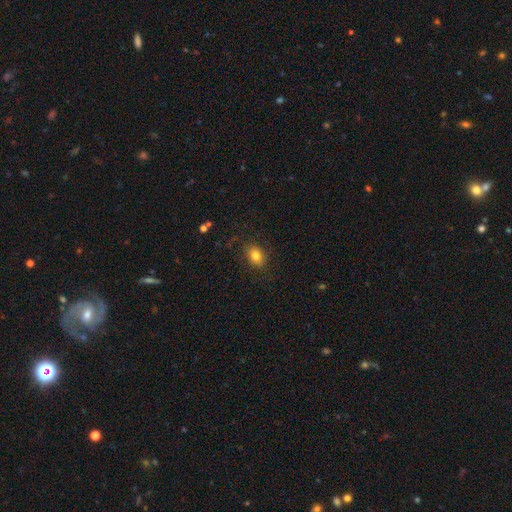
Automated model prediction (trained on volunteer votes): Smooth or featured: smooth — 80% (featured or disk — 10%)
How rounded: in between — 76% (round — 23%)
Merging: none — 81% (minor disturbance — 13%)